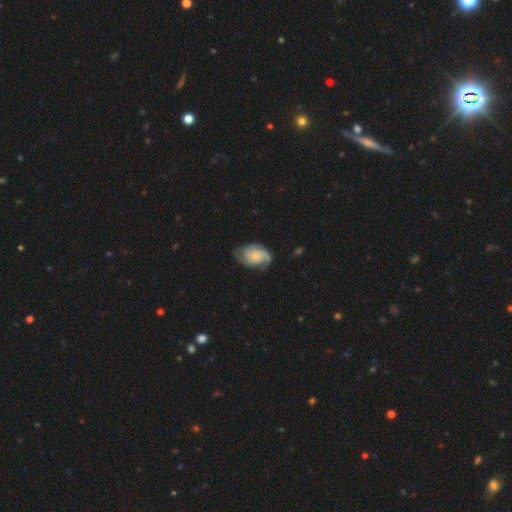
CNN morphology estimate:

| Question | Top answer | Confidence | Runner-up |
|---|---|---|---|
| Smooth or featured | featured or disk | 59% | smooth (35%) |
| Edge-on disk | no | 97% | yes (3%) |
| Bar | no | 77% | weak (20%) |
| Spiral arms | yes | 89% | no (11%) |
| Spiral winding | tight | 44% | medium (38%) |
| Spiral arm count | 2 | 49% | can't tell (23%) |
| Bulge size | small | 57% | moderate (23%) |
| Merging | none | 58% | minor disturbance (28%) |